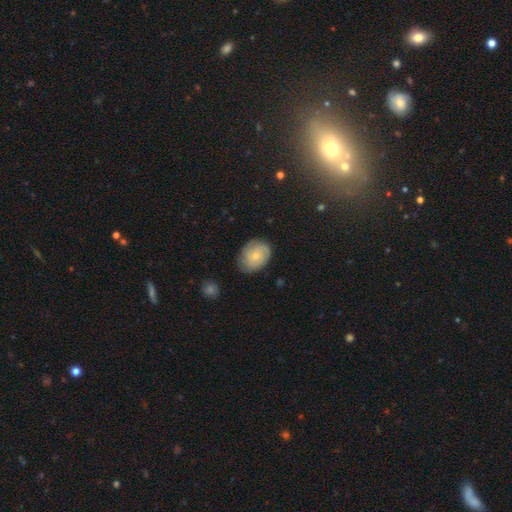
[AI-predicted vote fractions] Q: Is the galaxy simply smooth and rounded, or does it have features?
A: featured or disk — 52%.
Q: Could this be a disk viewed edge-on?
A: no — 97%.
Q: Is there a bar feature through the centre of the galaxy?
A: no — 80%.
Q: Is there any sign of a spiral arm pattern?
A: yes — 85%.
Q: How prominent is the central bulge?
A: small — 62%.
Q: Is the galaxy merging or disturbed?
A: none — 74%.